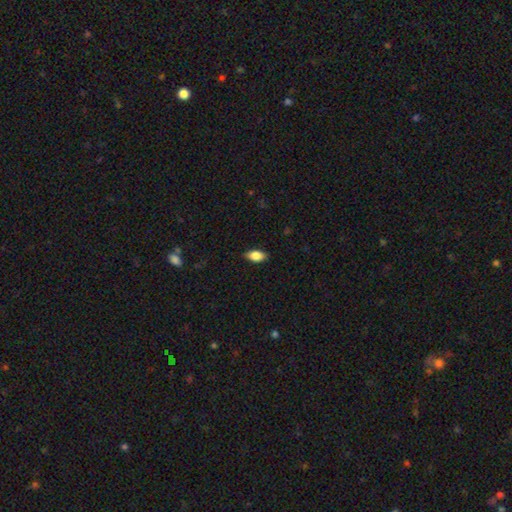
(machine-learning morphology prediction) A smooth galaxy with no disk features (82%) that is in between round and cigar-shaped (90%).

Vote fractions:
- Smooth or featured? smooth: 82% / featured or disk: 11% / star or artifact: 7%
- How rounded? in between: 90% / cigar-shaped: 6% / round: 4%
- Merging? none: 86% / minor disturbance: 10% / major disturbance: 2% / merger: 1%